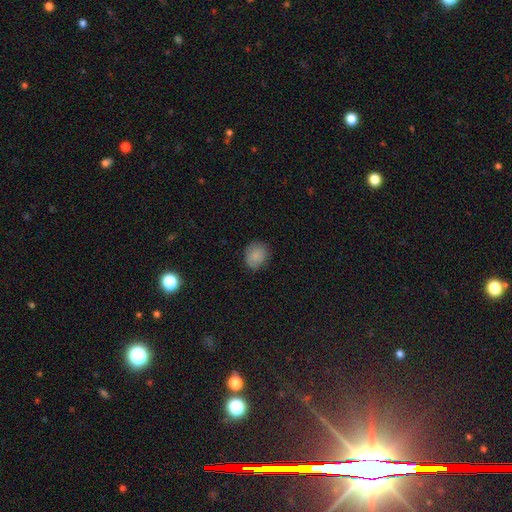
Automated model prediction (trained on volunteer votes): This appears to be a smooth galaxy with no disk features (85%) that is round (71%). Merging: none (83%).